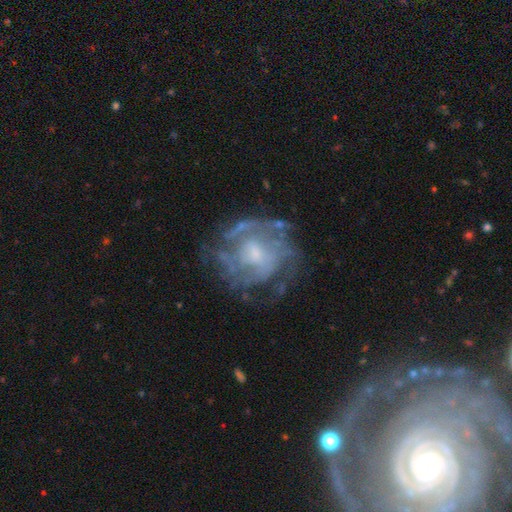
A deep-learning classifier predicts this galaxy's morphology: A featured or disk galaxy (77%) with no bar (65%), tight (54%) spiral arms (76%) and a small central bulge (45%). Merging: none (65%).